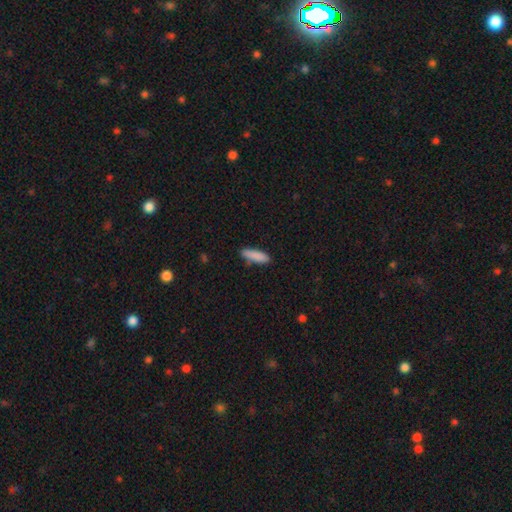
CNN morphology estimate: A smooth galaxy with no disk features (88%) that is cigar-shaped (67%). Merging: none (81%).